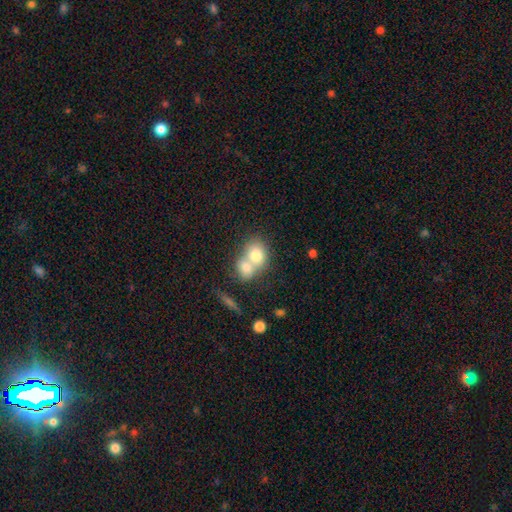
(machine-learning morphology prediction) Smooth or featured? smooth (75%)
How rounded? round (53%)
Merging? merger (69%)